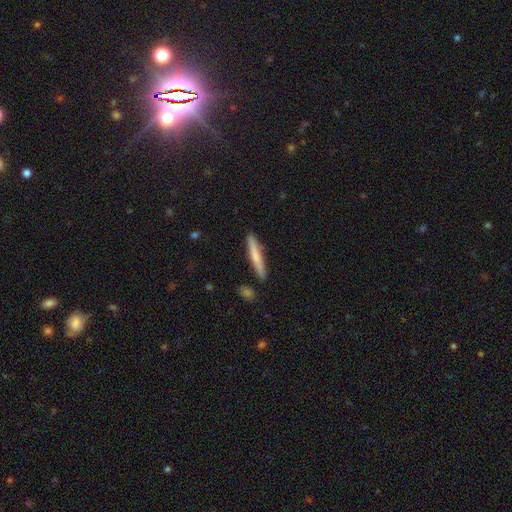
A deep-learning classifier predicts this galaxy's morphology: smooth_or_featured: smooth (p=0.68) [alt: featured or disk p=0.27]
how_rounded: cigar-shaped (p=0.94) [alt: in between p=0.05]
merging: none (p=0.88) [alt: minor disturbance p=0.08]